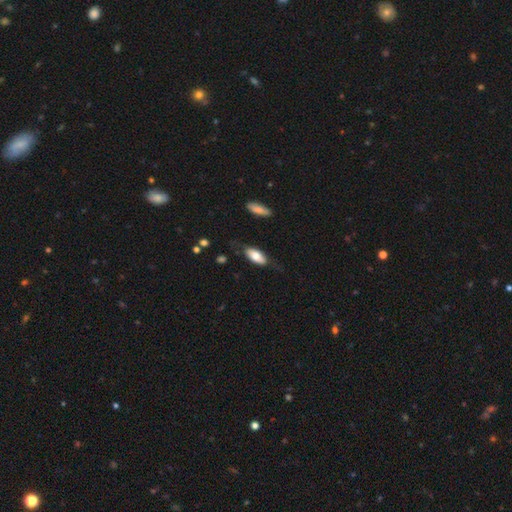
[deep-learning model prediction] A smooth galaxy with no disk features (71%) that is in between round and cigar-shaped (85%). Merging: none (68%).